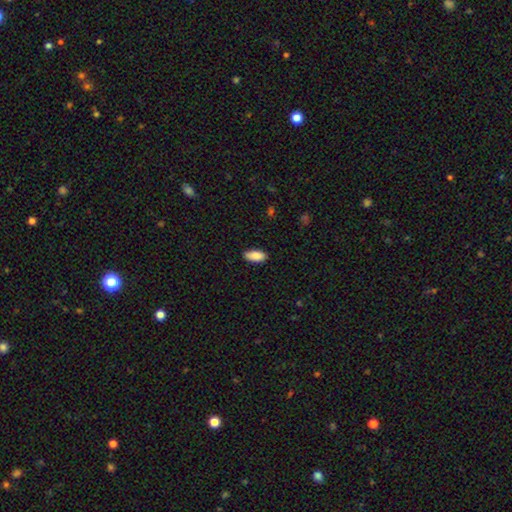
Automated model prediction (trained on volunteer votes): smooth_or_featured: smooth (p=0.89) [alt: star or artifact p=0.07]
how_rounded: in between (p=0.89) [alt: cigar-shaped p=0.09]
merging: none (p=0.85) [alt: minor disturbance p=0.12]